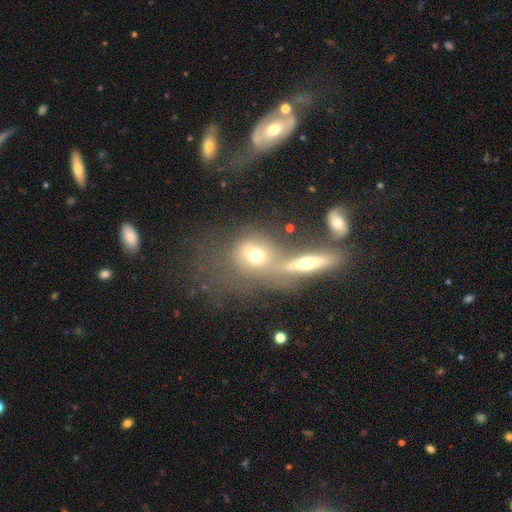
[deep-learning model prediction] smooth_or_featured: smooth (p=0.61) [alt: featured or disk p=0.26]
how_rounded: round (p=0.63) [alt: in between p=0.34]
merging: merger (p=0.57) [alt: none p=0.26]